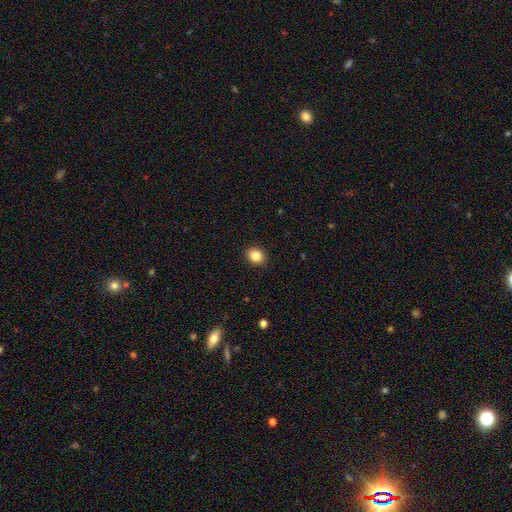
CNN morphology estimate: Smooth or featured?
  - smooth: 84% *
  - star or artifact: 10%
  - featured or disk: 6%
How rounded?
  - round: 61% *
  - in between: 38%
  - cigar-shaped: 1%
Merging?
  - none: 91% *
  - minor disturbance: 7%
  - major disturbance: 2%
  - merger: 1%